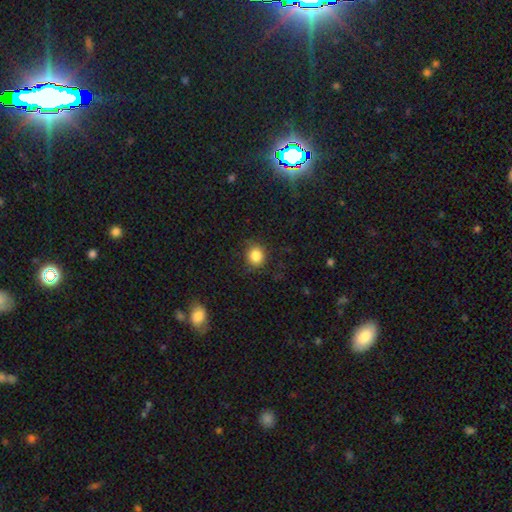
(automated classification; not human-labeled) Overall: smooth (85%). How rounded: round (85%). Merging: none (84%).